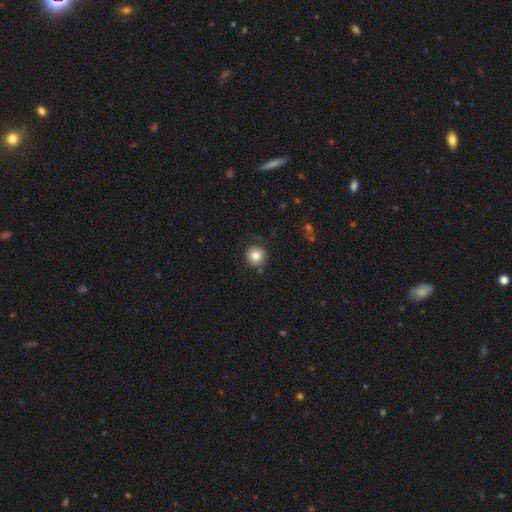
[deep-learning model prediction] Smooth or featured? Predicted: smooth (p=0.82). How rounded? Predicted: round (p=0.95). Merging? Predicted: none (p=0.81).